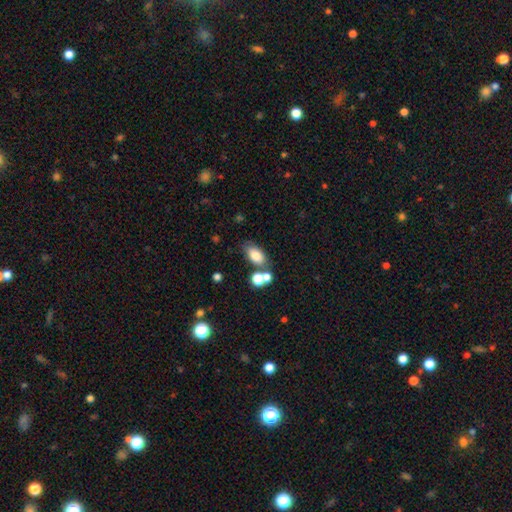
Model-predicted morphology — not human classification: type=smooth (79%); roundness=in between (88%); merging=none (61%).